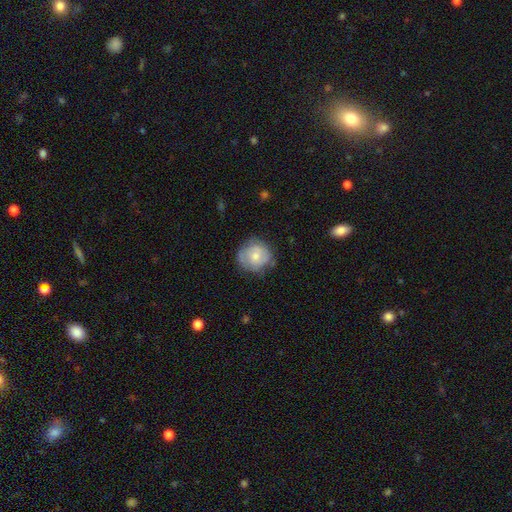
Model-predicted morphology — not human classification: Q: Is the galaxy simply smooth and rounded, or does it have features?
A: smooth — 54%.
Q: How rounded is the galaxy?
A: round — 87%.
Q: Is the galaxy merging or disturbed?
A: none — 68%.